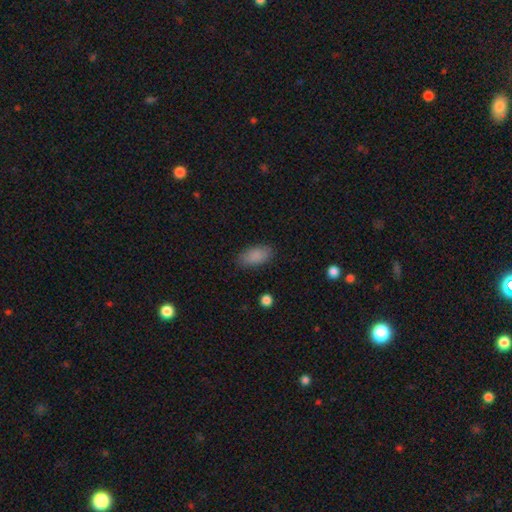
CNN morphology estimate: Smooth or featured? smooth (88%)
How rounded? in between (92%)
Merging? none (83%)